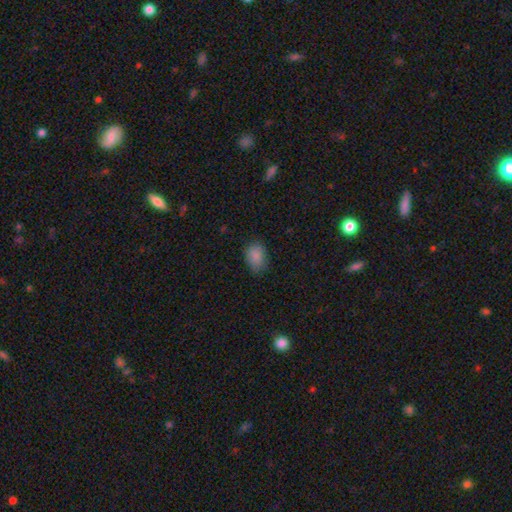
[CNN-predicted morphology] Smooth or featured?
  - smooth: 87% *
  - star or artifact: 9%
  - featured or disk: 4%
How rounded?
  - in between: 80% *
  - round: 19%
  - cigar-shaped: 1%
Merging?
  - none: 77% *
  - minor disturbance: 18%
  - major disturbance: 4%
  - merger: 1%